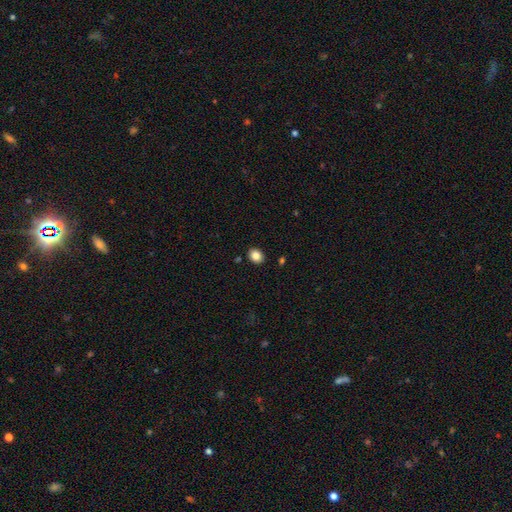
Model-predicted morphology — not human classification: smooth_or_featured: smooth (p=0.84) [alt: star or artifact p=0.09]
how_rounded: in between (p=0.53) [alt: round p=0.46]
merging: none (p=0.89) [alt: minor disturbance p=0.07]